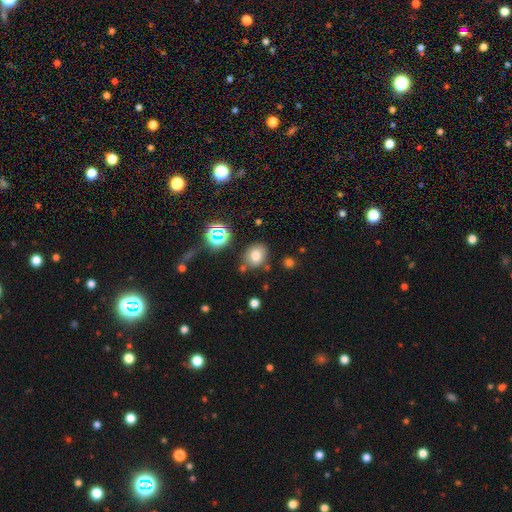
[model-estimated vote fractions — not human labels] This appears to be a smooth galaxy with no disk features (72%) that is round (54%). Merging: none (75%).